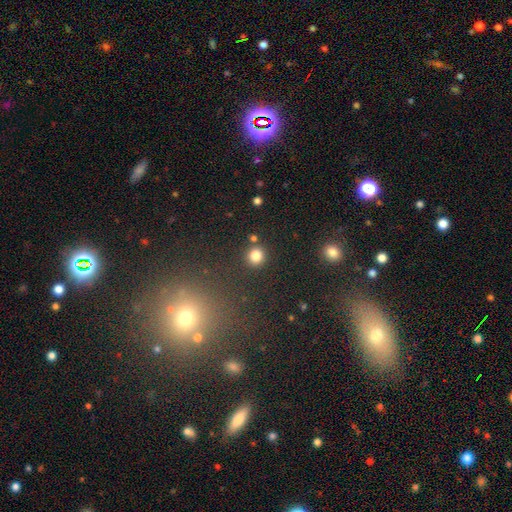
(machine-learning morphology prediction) Smooth or featured? smooth (82%)
How rounded? round (91%)
Merging? none (86%)